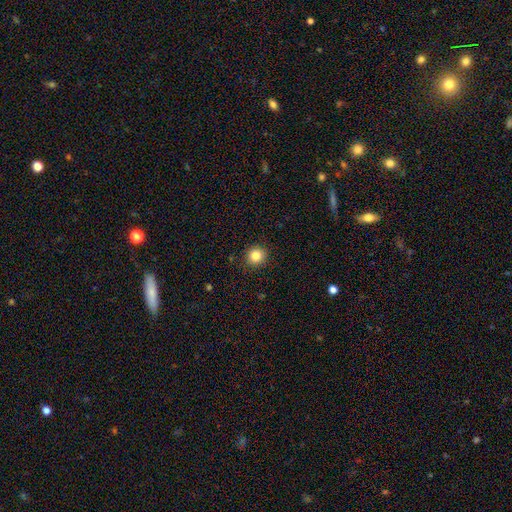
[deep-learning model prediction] Smooth or featured: smooth — 84% (star or artifact — 11%)
How rounded: round — 92% (in between — 7%)
Merging: none — 92% (minor disturbance — 5%)